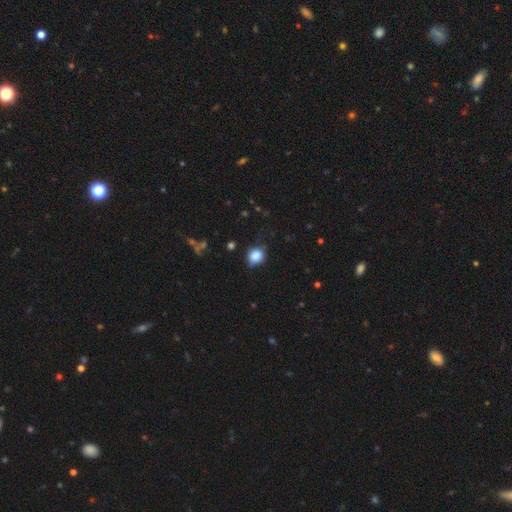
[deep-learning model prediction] This is clearly a smooth galaxy (84%). How rounded: likely round (64%). Merging: likely none (66%).